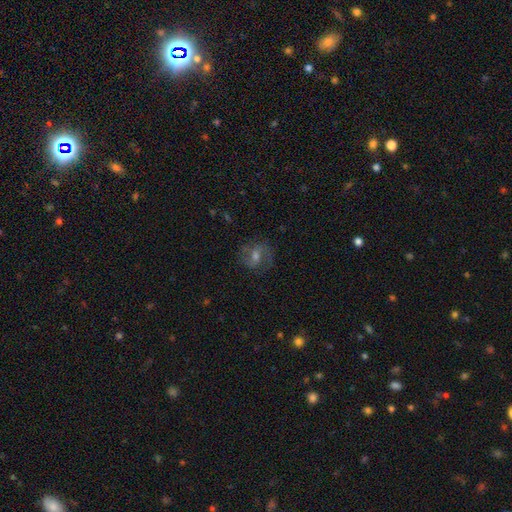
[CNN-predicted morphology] smooth_or_featured: featured or disk (p=0.63) [alt: smooth p=0.23]
disk_edge_on: no (p=0.96) [alt: yes p=0.04]
bar: weak (p=0.50) [alt: no p=0.33]
has_spiral_arms: yes (p=0.87) [alt: no p=0.13]
spiral_winding: medium (p=0.51) [alt: tight p=0.25]
spiral_arm_count: 2 (p=0.78) [alt: can't tell p=0.12]
bulge_size: moderate (p=0.55) [alt: small p=0.30]
merging: none (p=0.75) [alt: minor disturbance p=0.15]